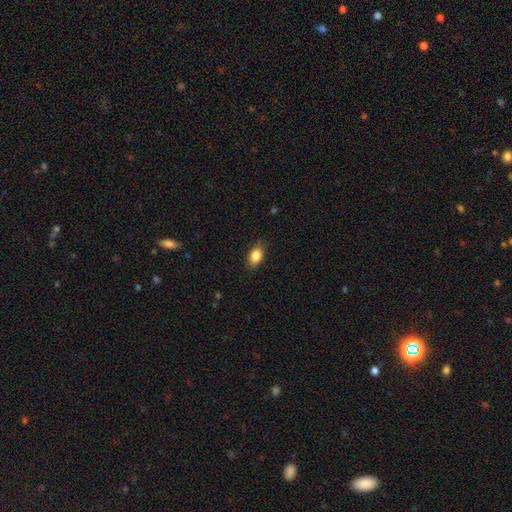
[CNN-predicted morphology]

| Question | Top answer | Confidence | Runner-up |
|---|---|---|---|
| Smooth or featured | smooth | 85% | star or artifact (8%) |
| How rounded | in between | 84% | round (13%) |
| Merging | none | 83% | minor disturbance (13%) |